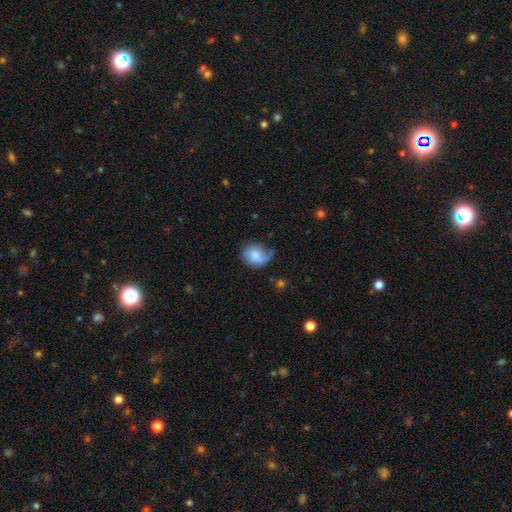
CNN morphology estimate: smooth 73%, featured or disk 19%, star or artifact 8%. Down the decision tree: how rounded — round (56%); merging — none (43%).